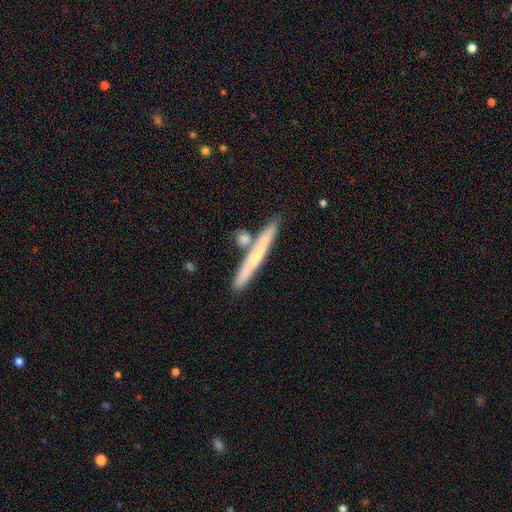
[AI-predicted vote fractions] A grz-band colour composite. It shows a smooth galaxy with no disk features (52%) that is cigar-shaped (95%). Merging: none (76%).